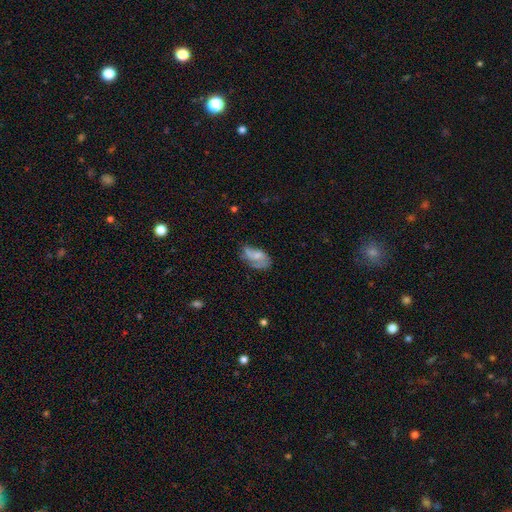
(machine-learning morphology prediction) Smooth or featured: featured or disk — 50% (smooth — 41%)
Merging: none — 35% (major disturbance — 31%)